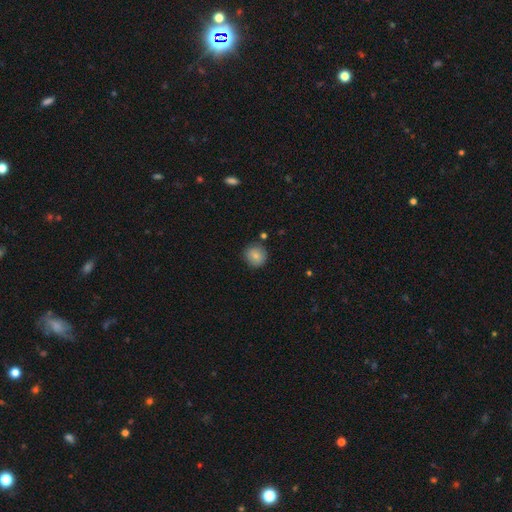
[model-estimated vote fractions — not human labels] Smooth or featured? Predicted: smooth (p=0.80). How rounded? Predicted: round (p=0.90). Merging? Predicted: none (p=0.82).